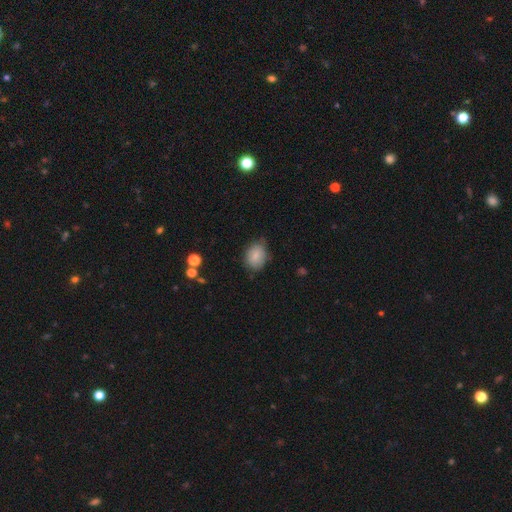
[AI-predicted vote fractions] smooth-or-featured: smooth: 83% | featured or disk: 9% | star or artifact: 8%
  how-rounded: in between: 68% | round: 31% | cigar-shaped: 1%
  merging: none: 68% | minor disturbance: 25% | major disturbance: 5% | merger: 2%